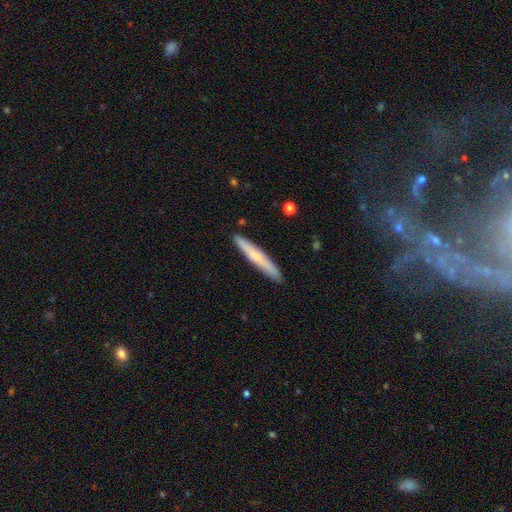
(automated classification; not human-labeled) Smooth or featured? smooth (58%)
How rounded? cigar-shaped (95%)
Merging? none (90%)